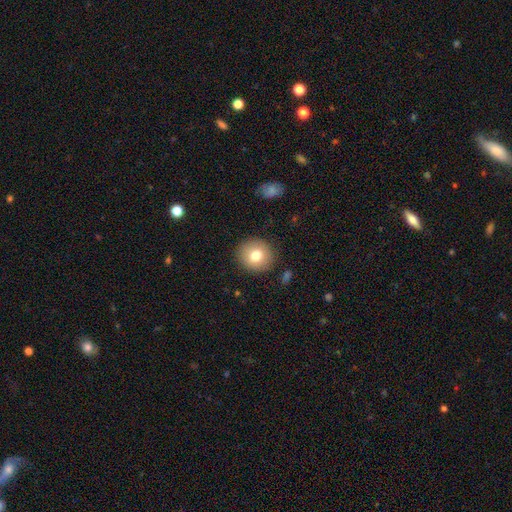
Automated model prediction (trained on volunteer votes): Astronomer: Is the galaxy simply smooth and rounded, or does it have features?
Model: smooth — 76%.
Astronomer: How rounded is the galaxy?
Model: round — 88%.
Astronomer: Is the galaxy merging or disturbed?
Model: none — 89%.